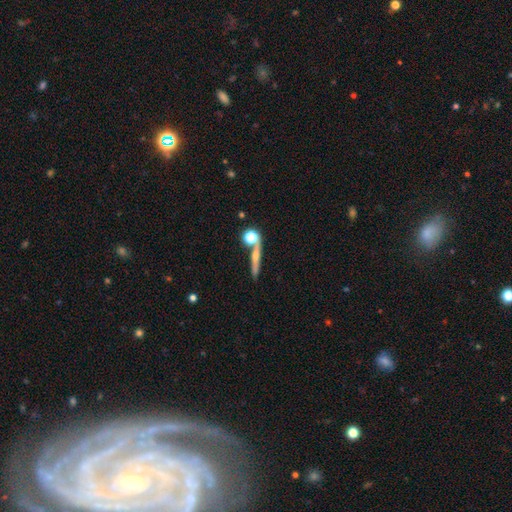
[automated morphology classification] This appears to be a smooth galaxy with no disk features (46%). Merging: none (67%).